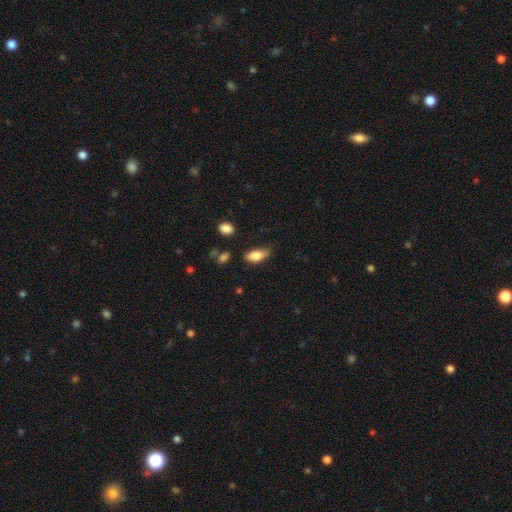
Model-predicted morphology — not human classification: This is clearly a smooth galaxy (83%). How rounded: clearly in between (87%). Merging: possibly none (51%).